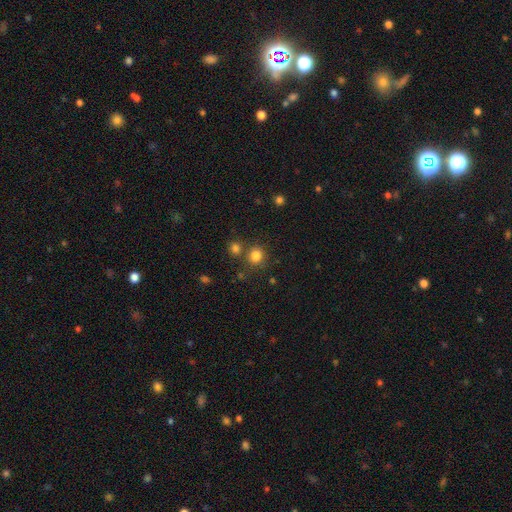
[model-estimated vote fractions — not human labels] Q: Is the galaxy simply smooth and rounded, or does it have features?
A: smooth — 81%.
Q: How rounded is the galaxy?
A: round — 84%.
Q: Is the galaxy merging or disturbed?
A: none — 71%.